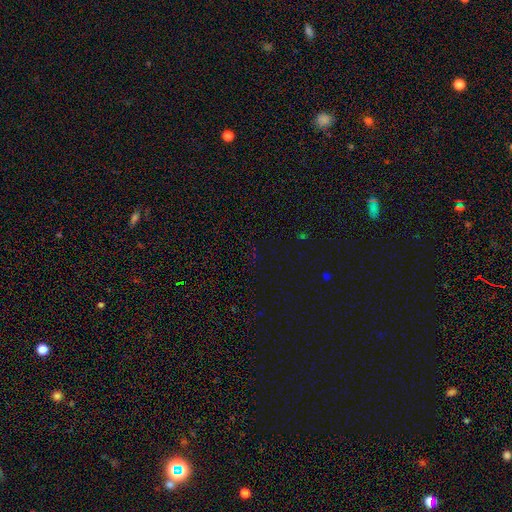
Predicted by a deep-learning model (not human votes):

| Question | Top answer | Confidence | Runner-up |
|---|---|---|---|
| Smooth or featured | star or artifact | 72% | smooth (21%) |